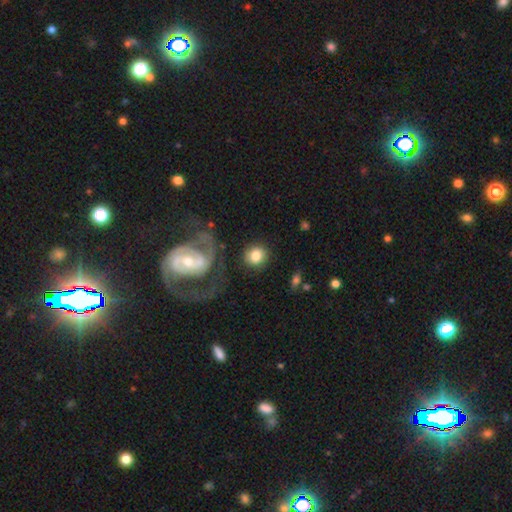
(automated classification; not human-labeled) Smooth or featured? smooth (76%)
How rounded? round (84%)
Merging? none (75%)